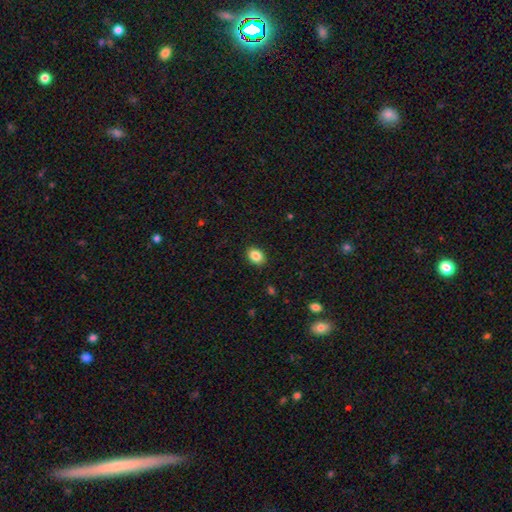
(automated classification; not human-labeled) A smooth galaxy with no disk features (86%) that is in between round and cigar-shaped (69%).

Vote fractions:
- Smooth or featured? smooth: 86% / star or artifact: 9% / featured or disk: 5%
- How rounded? in between: 69% / round: 30% / cigar-shaped: 1%
- Merging? none: 90% / minor disturbance: 7% / major disturbance: 2% / merger: 1%